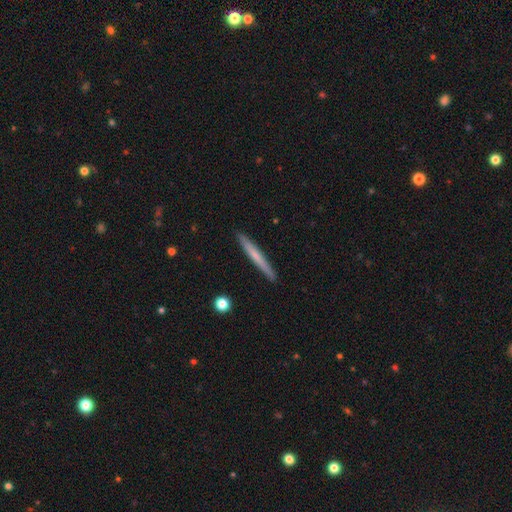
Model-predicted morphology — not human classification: smooth-or-featured: smooth: 57% | featured or disk: 38% | star or artifact: 6%
  how-rounded: cigar-shaped: 97% | in between: 2% | round: 1%
  merging: none: 92% | minor disturbance: 6% | major disturbance: 1% | merger: 1%